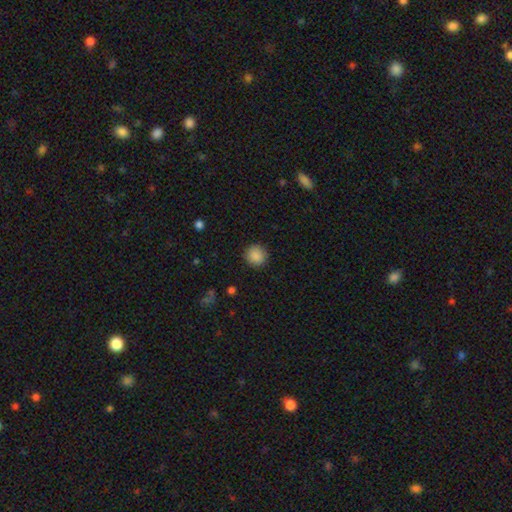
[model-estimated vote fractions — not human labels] Overall: smooth (88%). How rounded: round (93%). Merging: none (90%).